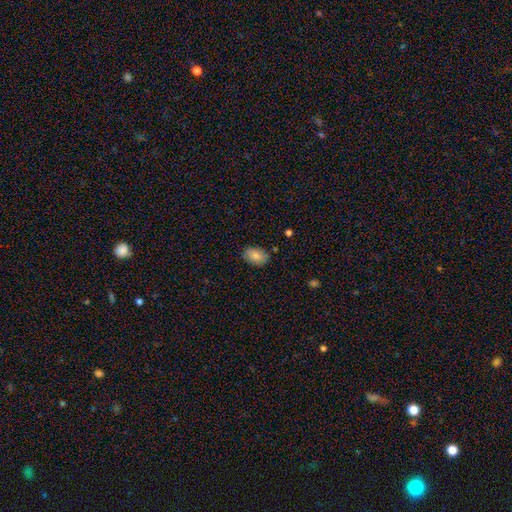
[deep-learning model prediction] Q: Smooth or featured?
A: smooth (84%); runner-up: featured or disk (9%)
Q: How rounded?
A: in between (88%); runner-up: round (11%)
Q: Merging?
A: none (82%); runner-up: minor disturbance (13%)